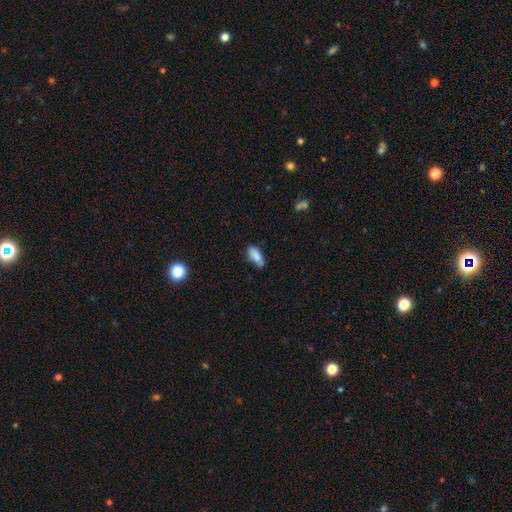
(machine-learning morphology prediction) smooth_or_featured: smooth (p=0.82) [alt: featured or disk p=0.10]
how_rounded: in between (p=0.82) [alt: cigar-shaped p=0.15]
merging: none (p=0.57) [alt: minor disturbance p=0.28]